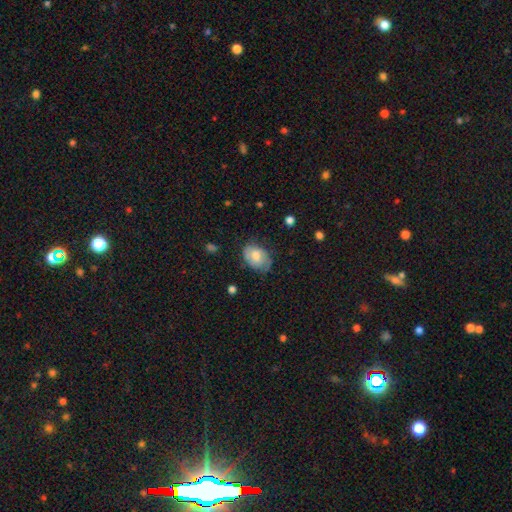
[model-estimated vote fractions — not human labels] Smooth or featured: smooth — 56% (featured or disk — 36%)
How rounded: in between — 77% (round — 22%)
Merging: none — 65% (minor disturbance — 26%)